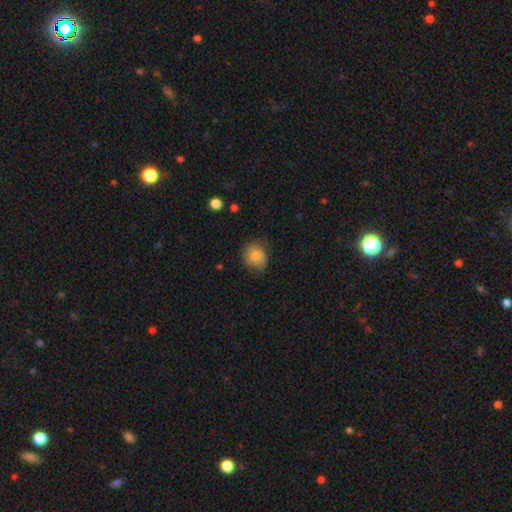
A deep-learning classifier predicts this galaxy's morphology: type=smooth (75%); roundness=round (71%); merging=none (64%).